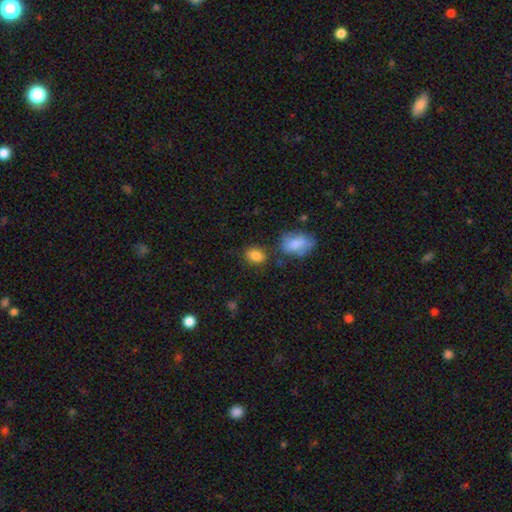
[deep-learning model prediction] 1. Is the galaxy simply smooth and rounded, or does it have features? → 84% smooth, 9% star or artifact, 7% featured or disk.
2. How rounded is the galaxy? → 74% in between, 25% round, 2% cigar-shaped.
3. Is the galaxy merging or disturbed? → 71% none, 15% minor disturbance, 9% merger, 4% major disturbance.